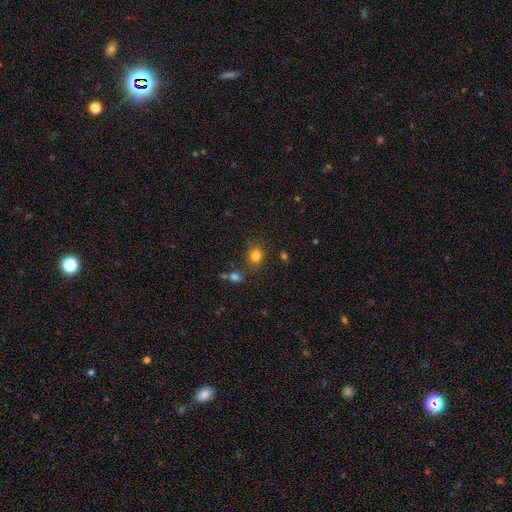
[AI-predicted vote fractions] Smooth or featured? Predicted: smooth (p=0.82). How rounded? Predicted: round (p=0.58). Merging? Predicted: none (p=0.75).